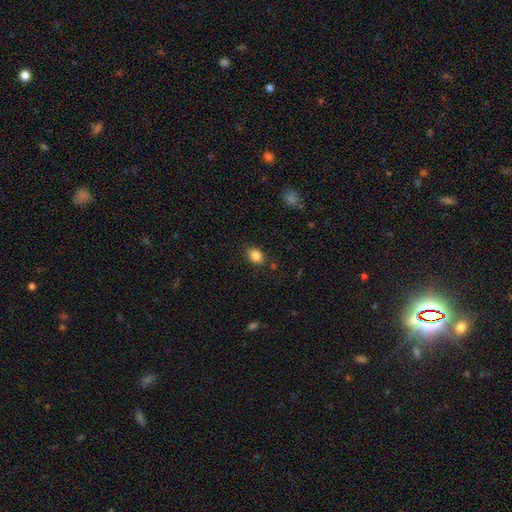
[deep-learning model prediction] Morphology: type=smooth (86%); roundness=in between (69%); merging=none (83%).